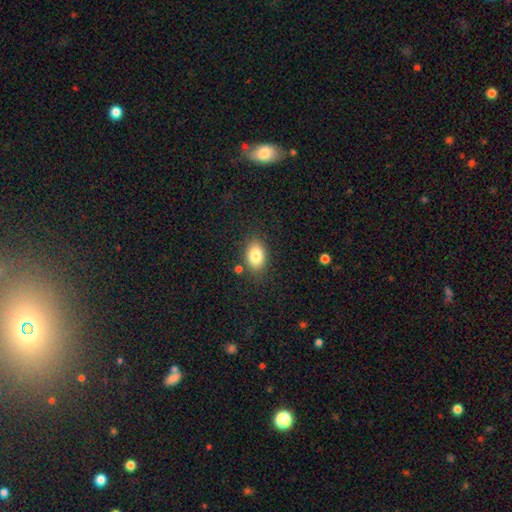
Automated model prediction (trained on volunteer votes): Overall: smooth (82%). How rounded: in between (81%). Merging: none (81%).